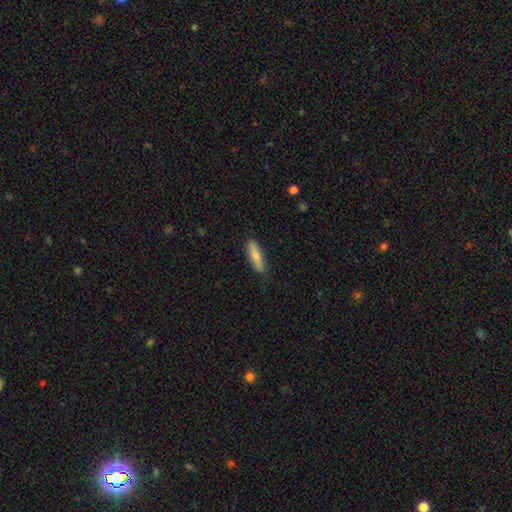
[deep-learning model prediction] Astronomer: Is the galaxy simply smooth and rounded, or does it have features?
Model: smooth — 77%.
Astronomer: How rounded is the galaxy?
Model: cigar-shaped — 61% (runner-up: in between, 37%).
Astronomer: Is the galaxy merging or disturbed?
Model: none — 84%.